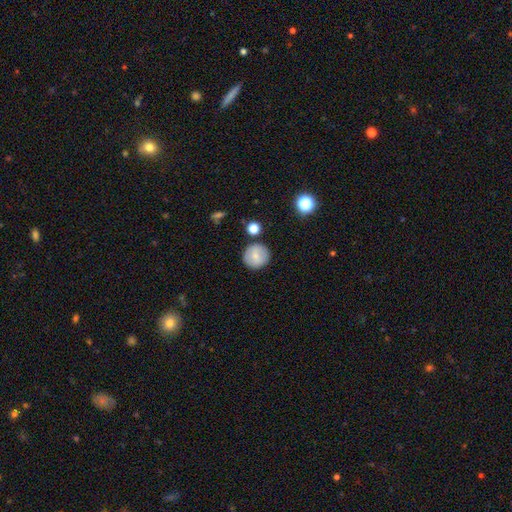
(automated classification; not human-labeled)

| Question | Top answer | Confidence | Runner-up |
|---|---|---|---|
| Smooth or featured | smooth | 74% | featured or disk (18%) |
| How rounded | round | 92% | in between (7%) |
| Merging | none | 85% | minor disturbance (9%) |